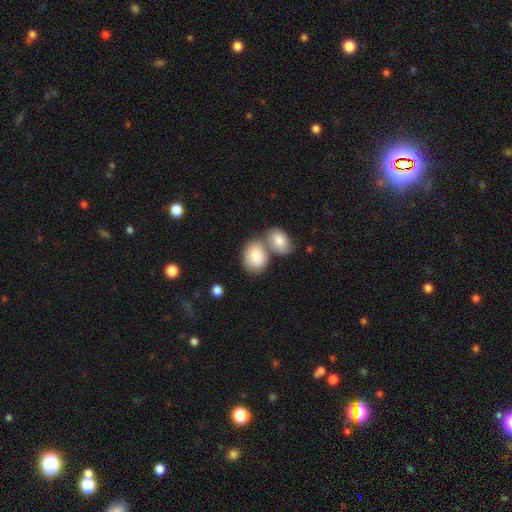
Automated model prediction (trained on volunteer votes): Smooth or featured?
  - smooth: 83% *
  - featured or disk: 10%
  - star or artifact: 6%
How rounded?
  - in between: 70% *
  - round: 29%
  - cigar-shaped: 1%
Merging?
  - merger: 50% *
  - none: 37%
  - minor disturbance: 10%
  - major disturbance: 3%